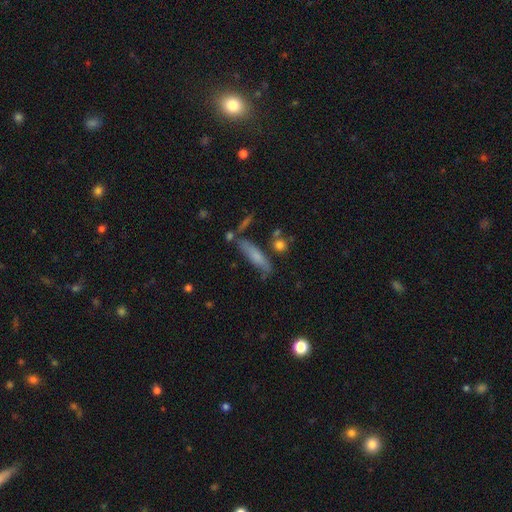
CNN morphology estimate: Q: Smooth or featured?
A: smooth (65%); runner-up: featured or disk (26%)
Q: How rounded?
A: cigar-shaped (76%); runner-up: in between (21%)
Q: Merging?
A: none (66%); runner-up: minor disturbance (19%)